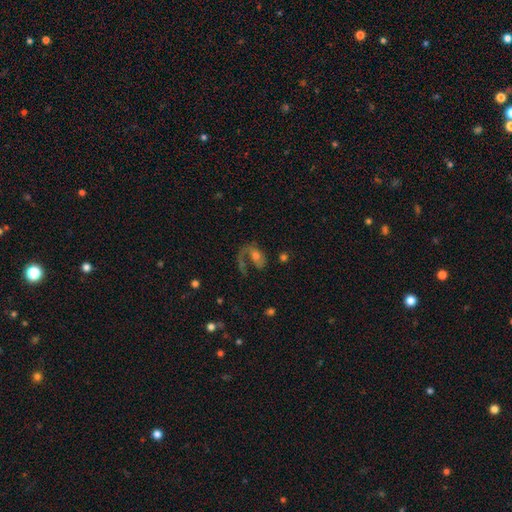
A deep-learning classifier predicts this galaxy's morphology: This appears to be a featured or disk galaxy (66%) with no bar (63%), 1 (80%) loose (53%) spiral arms (80%) and a moderate central bulge (51%). Merging: major disturbance (40%).